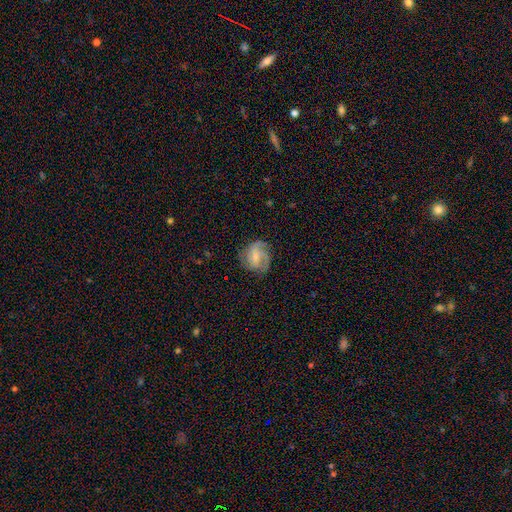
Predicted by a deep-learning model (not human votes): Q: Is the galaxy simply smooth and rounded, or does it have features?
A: featured or disk — 61%.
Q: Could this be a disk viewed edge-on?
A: no — 97%.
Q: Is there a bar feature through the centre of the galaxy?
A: weak — 46%.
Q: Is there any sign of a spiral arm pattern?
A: yes — 86%.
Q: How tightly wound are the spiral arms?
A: medium — 45%.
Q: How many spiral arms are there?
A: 3 — 30%.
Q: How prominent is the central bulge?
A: small — 51%.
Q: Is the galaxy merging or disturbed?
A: none — 62%.